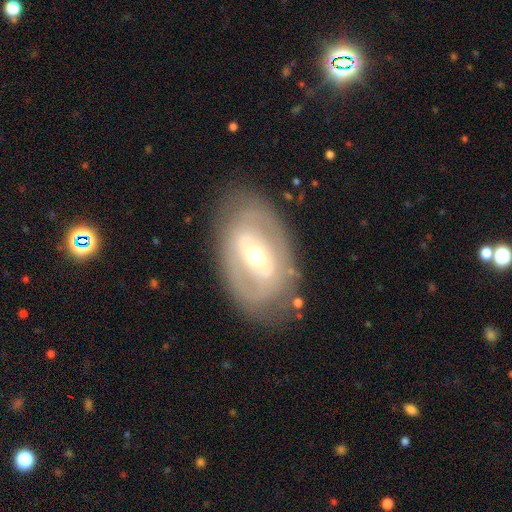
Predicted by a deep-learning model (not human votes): A featured or disk galaxy (70%) with a weak bar (36%), no spiral arms (57%) and a moderate central bulge (63%).

Vote fractions:
- Smooth or featured? featured or disk: 70% / smooth: 24% / star or artifact: 6%
- Edge-on disk? no: 93% / yes: 7%
- Bar? weak: 36% / no: 33% / strong: 31%
- Spiral arms? no: 57% / yes: 43%
- Bulge size? moderate: 63% / small: 28% / large: 7% / dominant: 1% / none: 1%
- Merging? none: 78% / minor disturbance: 14% / major disturbance: 6% / merger: 2%